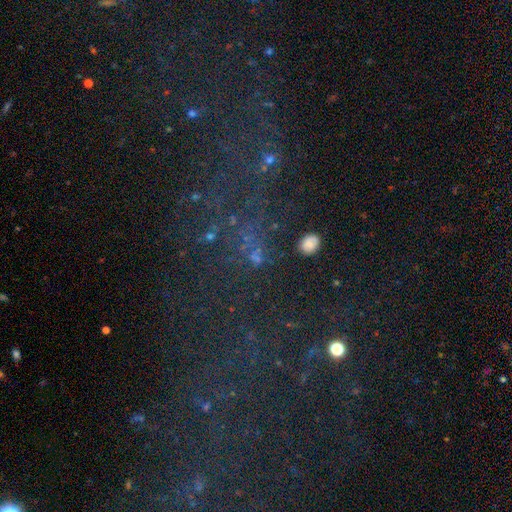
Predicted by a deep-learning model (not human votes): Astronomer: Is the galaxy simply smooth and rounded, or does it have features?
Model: star or artifact — 52% (runner-up: smooth, 34%).